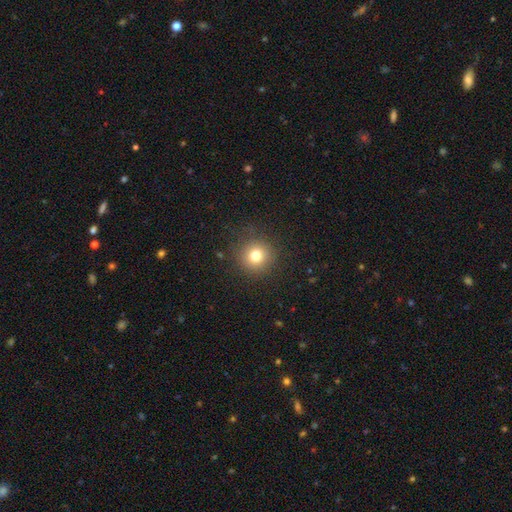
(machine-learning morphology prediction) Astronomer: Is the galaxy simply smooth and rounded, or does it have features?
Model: smooth — 77%.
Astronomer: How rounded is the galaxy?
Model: round — 94%.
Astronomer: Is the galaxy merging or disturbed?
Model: none — 88%.